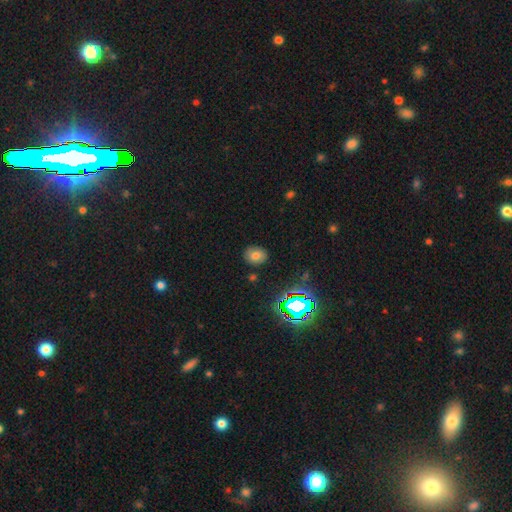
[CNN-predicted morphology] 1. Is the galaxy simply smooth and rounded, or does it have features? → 68% smooth, 20% star or artifact, 12% featured or disk.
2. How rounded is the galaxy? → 51% round, 48% in between, 1% cigar-shaped.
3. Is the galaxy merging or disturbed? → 84% none, 11% minor disturbance, 3% major disturbance, 2% merger.